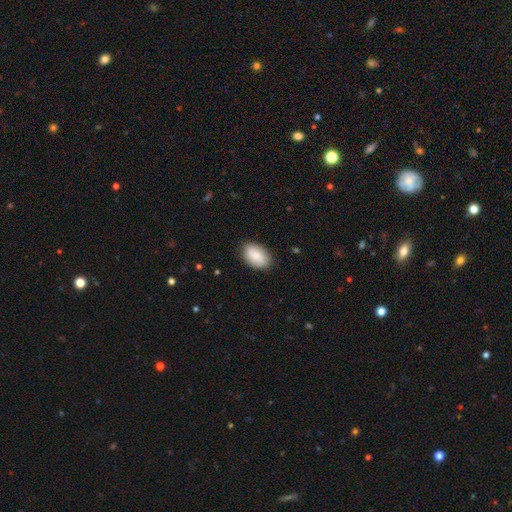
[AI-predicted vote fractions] Smooth or featured? smooth (82%)
How rounded? in between (91%)
Merging? none (85%)